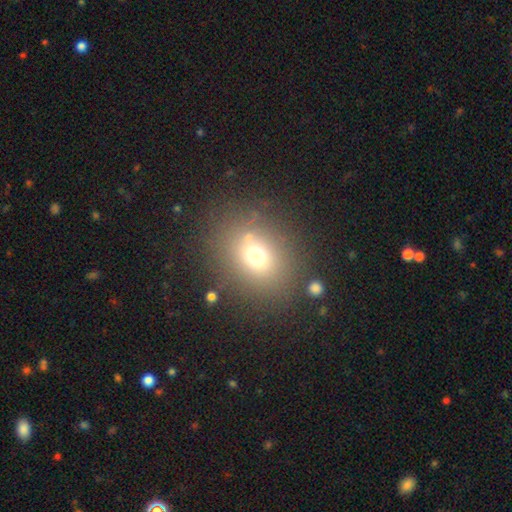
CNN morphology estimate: smooth-or-featured: smooth: 69% | star or artifact: 17% | featured or disk: 14%
  how-rounded: round: 54% | in between: 45% | cigar-shaped: 1%
  merging: none: 78% | minor disturbance: 11% | major disturbance: 6% | merger: 5%